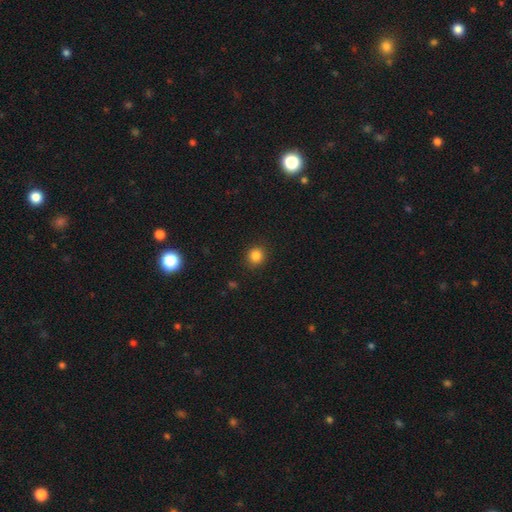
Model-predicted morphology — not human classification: smooth 84%, star or artifact 11%, featured or disk 4%. Down the decision tree: how rounded — round (87%); merging — none (89%).